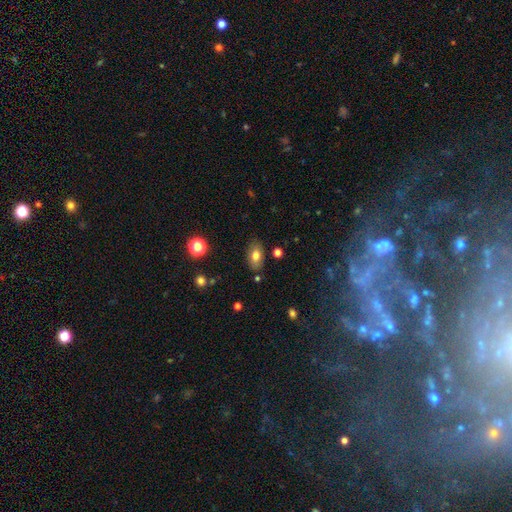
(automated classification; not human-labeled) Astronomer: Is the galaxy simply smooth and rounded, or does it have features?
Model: smooth — 76%.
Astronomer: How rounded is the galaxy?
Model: in between — 88%.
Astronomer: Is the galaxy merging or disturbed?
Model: none — 82%.